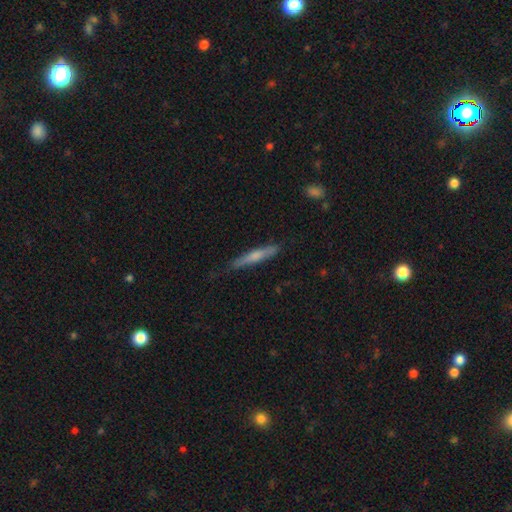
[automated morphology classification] smooth 54%, featured or disk 40%, star or artifact 6%. Down the decision tree: how rounded — cigar-shaped (93%); merging — none (81%).